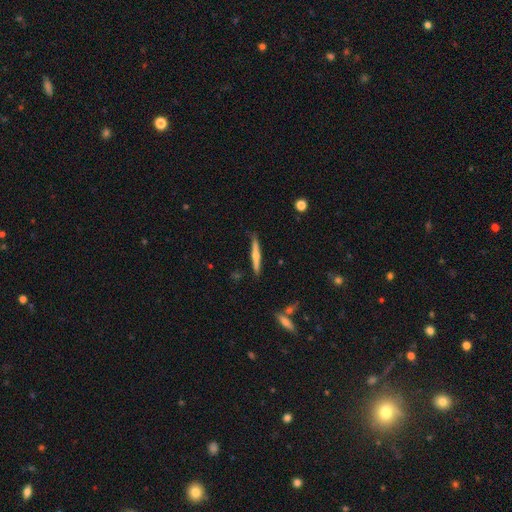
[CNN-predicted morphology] type=featured or disk (50%); merging=none (84%).